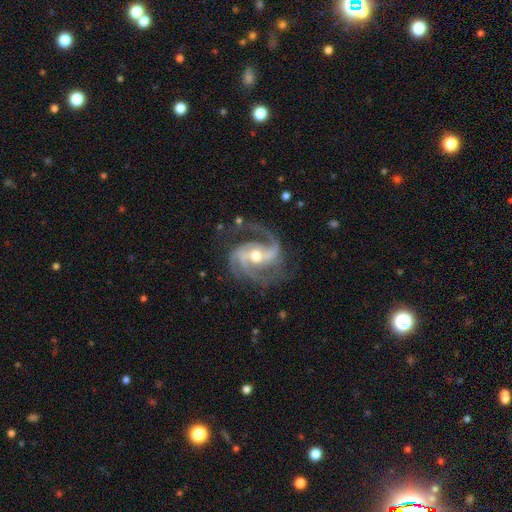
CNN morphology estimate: Smooth or featured? Predicted: featured or disk (p=0.93). Edge-on disk? Predicted: no (p=0.98). Bar? Predicted: weak (p=0.42). Spiral arms? Predicted: yes (p=0.99). Spiral winding? Predicted: medium (p=0.58). Spiral arm count? Predicted: 2 (p=0.46). Bulge size? Predicted: moderate (p=0.68). Merging? Predicted: none (p=0.68).